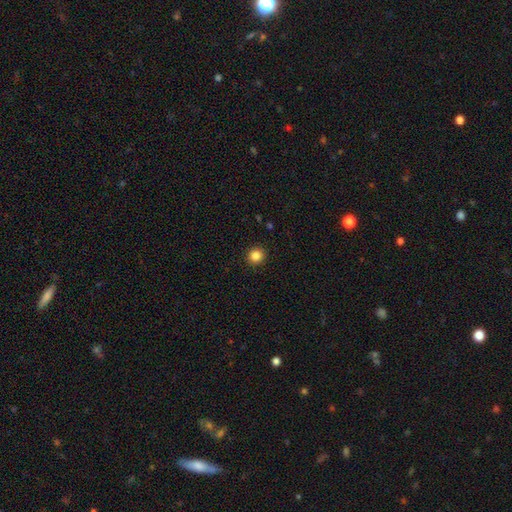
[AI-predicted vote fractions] This appears to be a smooth galaxy with no disk features (85%) that is round (93%). Merging: none (92%).